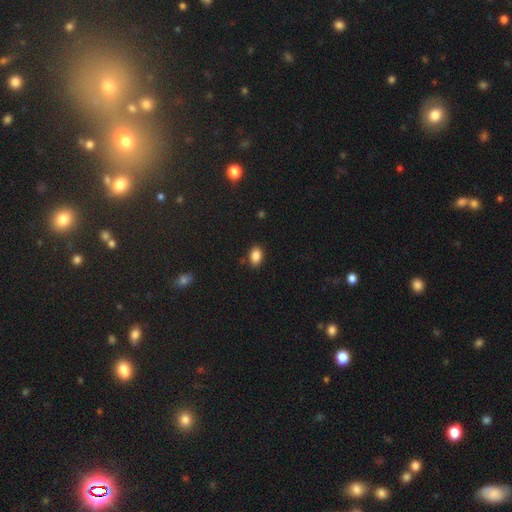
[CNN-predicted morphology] This appears to be a smooth galaxy with no disk features (87%) that is in between round and cigar-shaped (84%). Merging: none (85%).